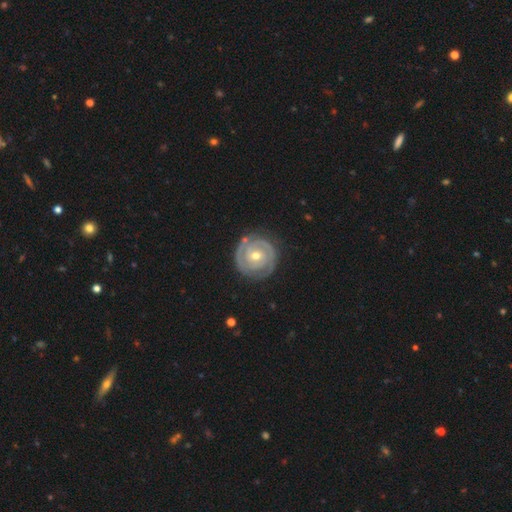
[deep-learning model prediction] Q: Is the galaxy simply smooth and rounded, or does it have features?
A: featured or disk — 90%.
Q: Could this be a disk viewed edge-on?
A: no — 98%.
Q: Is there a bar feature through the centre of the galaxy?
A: no — 61%.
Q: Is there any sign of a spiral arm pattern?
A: yes — 97%.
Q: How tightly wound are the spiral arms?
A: tight — 84%.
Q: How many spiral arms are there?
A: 2 — 78%.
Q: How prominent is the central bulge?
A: moderate — 60%.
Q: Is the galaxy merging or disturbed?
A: none — 84%.